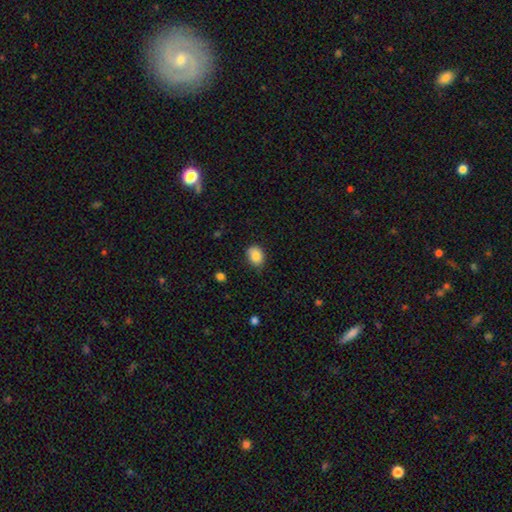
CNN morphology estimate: smooth_or_featured: smooth (p=0.86) [alt: star or artifact p=0.09]
how_rounded: in between (p=0.64) [alt: round p=0.35]
merging: none (p=0.81) [alt: minor disturbance p=0.15]